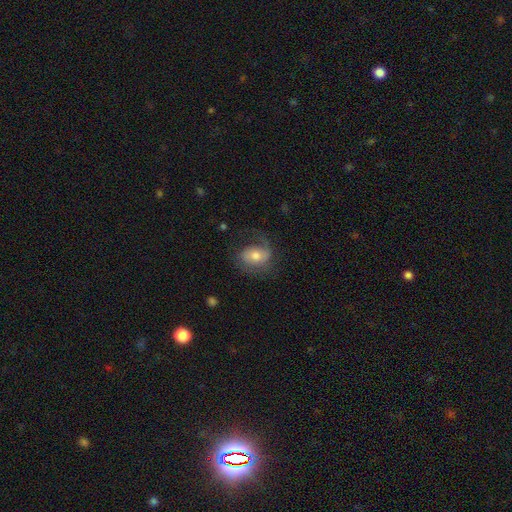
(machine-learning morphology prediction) This appears to be a featured or disk galaxy (54%) with no bar (54%), spiral arms (83%) and a moderate central bulge (63%). Merging: none (54%).